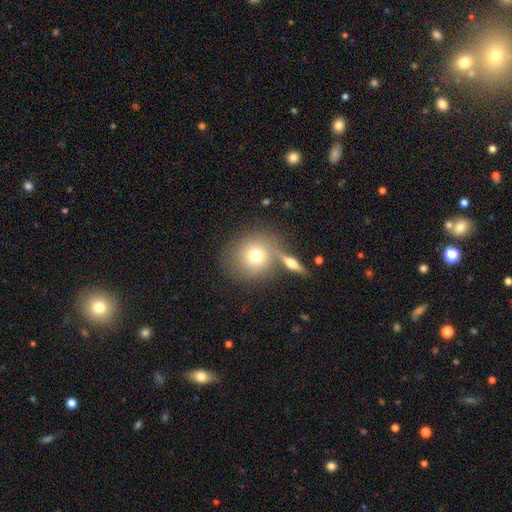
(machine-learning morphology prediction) smooth_or_featured: smooth (p=0.71) [alt: featured or disk p=0.19]
how_rounded: round (p=0.85) [alt: in between p=0.14]
merging: none (p=0.60) [alt: merger p=0.23]